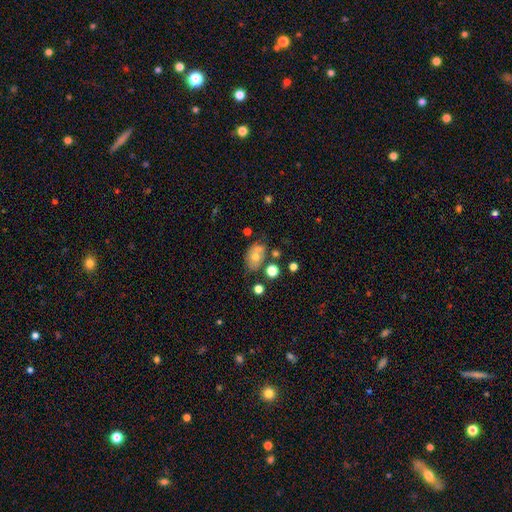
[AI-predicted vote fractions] Q: Smooth or featured?
A: smooth (61%); runner-up: featured or disk (28%)
Q: How rounded?
A: in between (73%); runner-up: round (25%)
Q: Merging?
A: none (54%); runner-up: minor disturbance (21%)